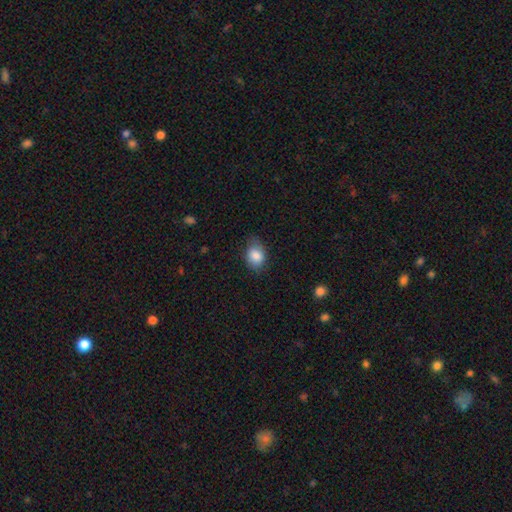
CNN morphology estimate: smooth-or-featured: smooth: 85% | star or artifact: 8% | featured or disk: 8%
  how-rounded: in between: 70% | round: 29% | cigar-shaped: 1%
  merging: none: 72% | minor disturbance: 22% | major disturbance: 5% | merger: 1%